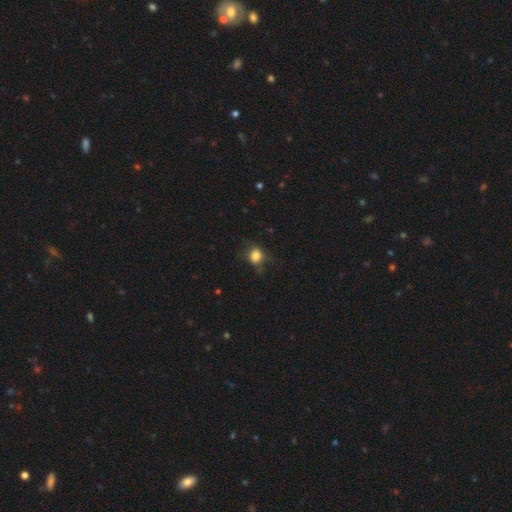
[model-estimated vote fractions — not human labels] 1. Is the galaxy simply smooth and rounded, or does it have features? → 81% smooth, 10% star or artifact, 9% featured or disk.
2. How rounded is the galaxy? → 65% round, 34% in between, 1% cigar-shaped.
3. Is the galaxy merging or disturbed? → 63% none, 24% minor disturbance, 12% major disturbance, 1% merger.